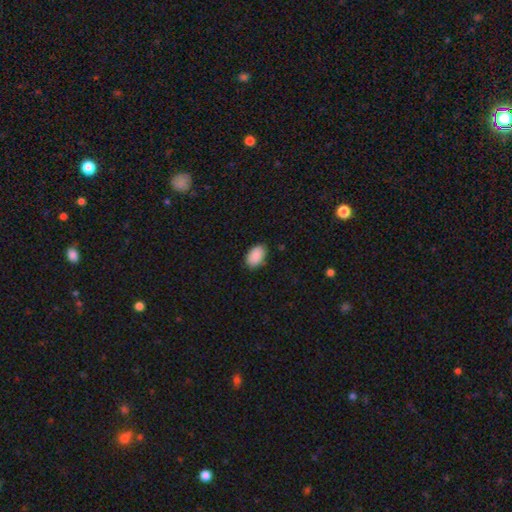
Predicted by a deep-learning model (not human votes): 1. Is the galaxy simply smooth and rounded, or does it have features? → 90% smooth, 7% star or artifact, 4% featured or disk.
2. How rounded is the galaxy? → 91% in between, 8% round, 1% cigar-shaped.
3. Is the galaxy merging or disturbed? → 84% none, 13% minor disturbance, 2% major disturbance, 1% merger.